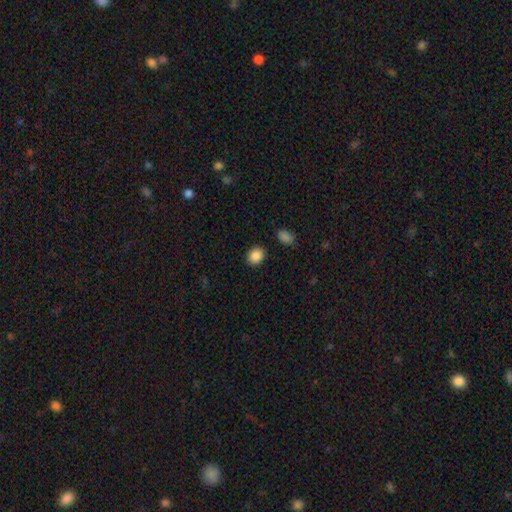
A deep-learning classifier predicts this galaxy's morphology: Smooth or featured? smooth (88%)
How rounded? round (59%)
Merging? none (88%)